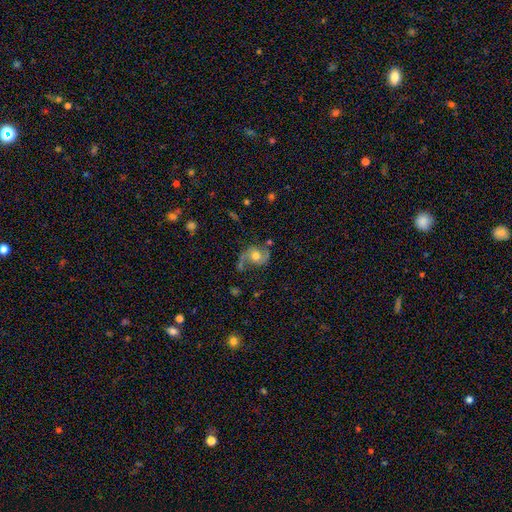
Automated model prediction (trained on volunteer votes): This appears to be a featured or disk galaxy (76%) with no bar (72%), 2 (88%) medium (47%) spiral arms (92%) and a moderate central bulge (67%). Merging: none (63%).